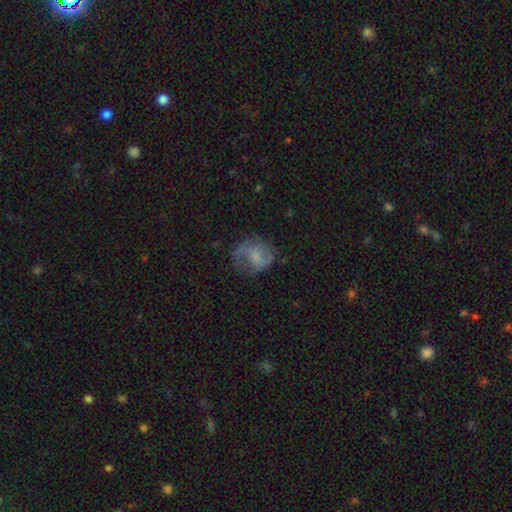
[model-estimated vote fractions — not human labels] A featured or disk galaxy (55%) with a weak bar (44%), spiral arms (72%) and no central bulge (33%, tied with small).

Vote fractions:
- Smooth or featured? featured or disk: 55% / smooth: 36% / star or artifact: 9%
- Edge-on disk? no: 97% / yes: 3%
- Bar? weak: 44% / no: 43% / strong: 13%
- Spiral arms? yes: 72% / no: 28%
- Bulge size? none: 33% (tied) / small: 33% (tied) / moderate: 28% / large: 5% / dominant: 1%
- Merging? none: 57% / minor disturbance: 24% / major disturbance: 18% / merger: 2%